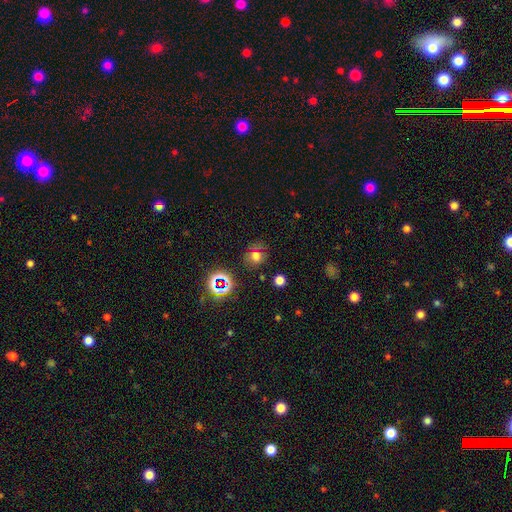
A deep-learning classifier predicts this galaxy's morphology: A smooth galaxy with no disk features (62%) that is round (72%).

Vote fractions:
- Smooth or featured? smooth: 62% / star or artifact: 28% / featured or disk: 10%
- How rounded? round: 72% / in between: 27% / cigar-shaped: 1%
- Merging? none: 73% / minor disturbance: 16% / major disturbance: 7% / merger: 5%